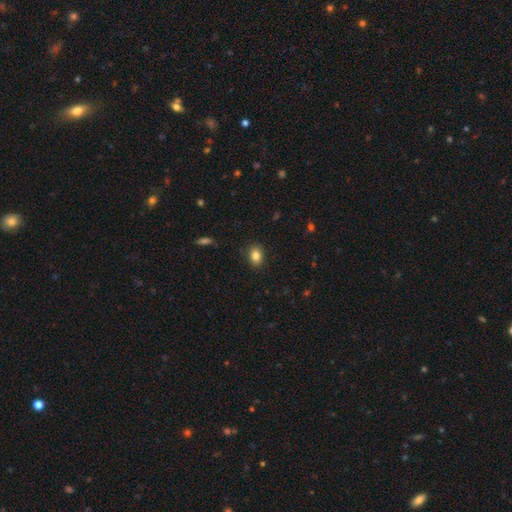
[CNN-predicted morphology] This is clearly a smooth galaxy (84%). How rounded: likely in between (64%). Merging: clearly none (87%).